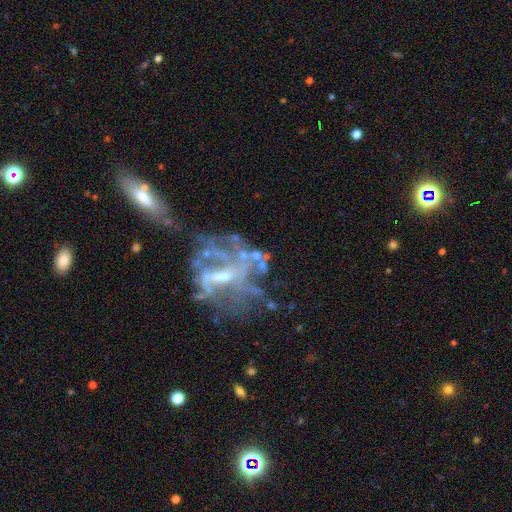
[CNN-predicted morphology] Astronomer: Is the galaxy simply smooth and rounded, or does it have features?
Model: featured or disk — 71%.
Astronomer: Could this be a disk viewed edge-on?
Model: no — 97%.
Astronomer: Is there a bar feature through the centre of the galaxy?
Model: no — 45% (runner-up: weak, 35%).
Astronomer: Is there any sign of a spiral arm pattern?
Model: yes — 60% (runner-up: no, 40%).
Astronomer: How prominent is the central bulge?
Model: small — 35% (runner-up: moderate, 31%).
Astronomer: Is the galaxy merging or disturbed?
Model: none — 38% (runner-up: major disturbance, 33%).